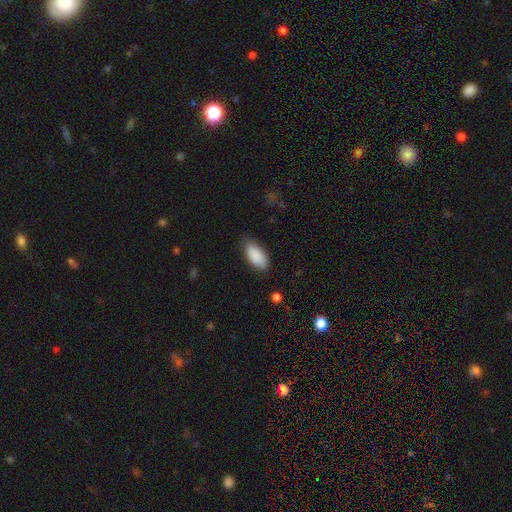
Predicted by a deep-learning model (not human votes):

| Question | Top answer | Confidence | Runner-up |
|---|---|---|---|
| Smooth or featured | smooth | 90% | star or artifact (6%) |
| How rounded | in between | 91% | cigar-shaped (7%) |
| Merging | none | 78% | minor disturbance (17%) |